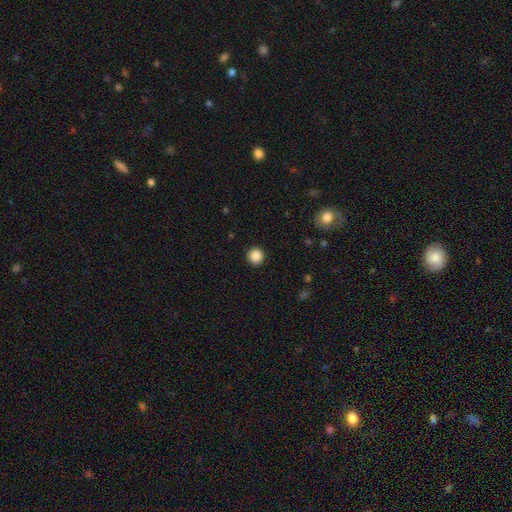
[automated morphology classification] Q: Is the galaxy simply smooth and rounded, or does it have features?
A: smooth — 88%.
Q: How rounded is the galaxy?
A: round — 94%.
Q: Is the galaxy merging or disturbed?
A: none — 92%.